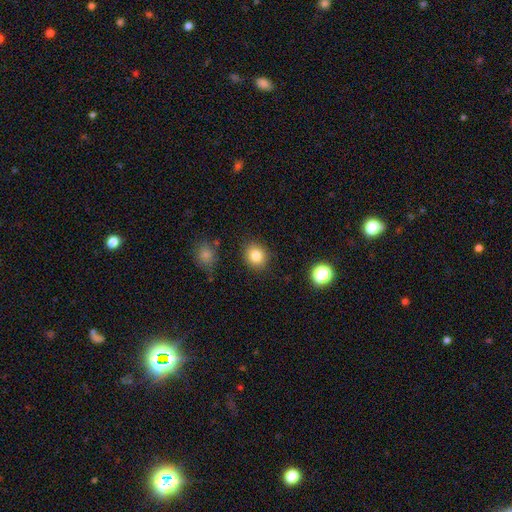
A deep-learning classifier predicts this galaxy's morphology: The model was most divided on "how rounded": round: 73%, in between: 26%, cigar-shaped: 1%. More confident: merging — none (87%); smooth or featured — smooth (83%).